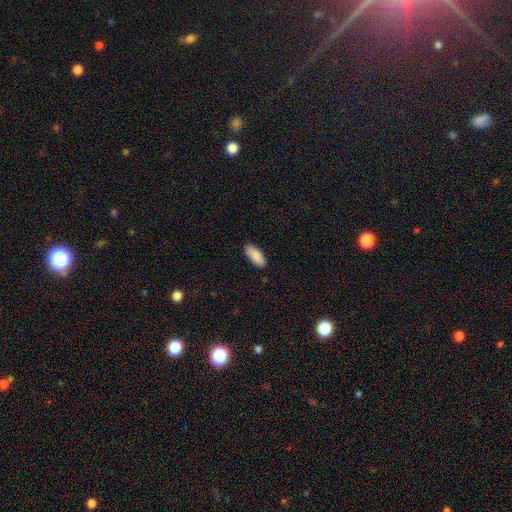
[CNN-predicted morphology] Smooth or featured? smooth (89%)
How rounded? in between (85%)
Merging? none (87%)